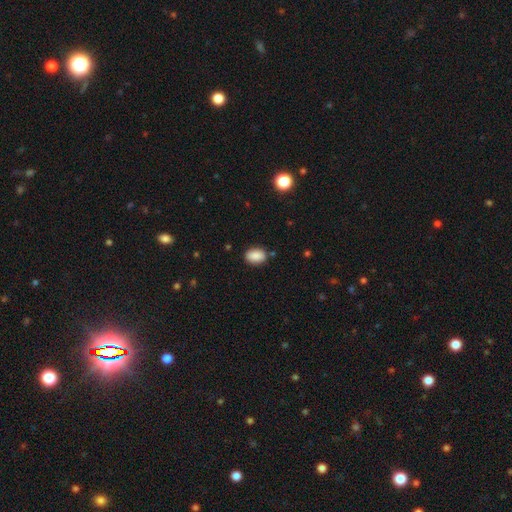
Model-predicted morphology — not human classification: This appears to be a smooth galaxy with no disk features (89%) that is in between round and cigar-shaped (84%). Merging: none (85%).